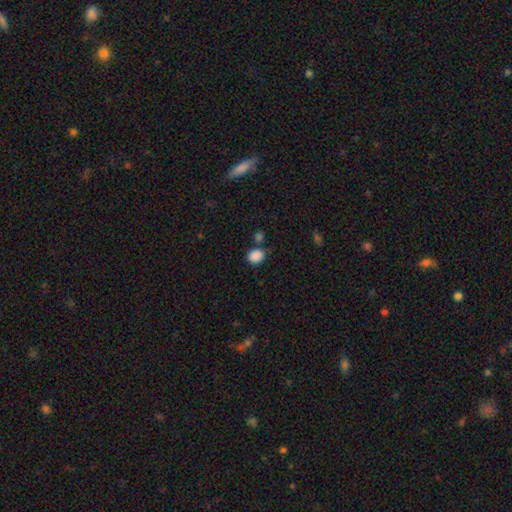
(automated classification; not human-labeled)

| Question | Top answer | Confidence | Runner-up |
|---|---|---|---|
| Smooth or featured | smooth | 87% | star or artifact (10%) |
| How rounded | round | 65% | in between (34%) |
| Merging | none | 73% | minor disturbance (12%) |